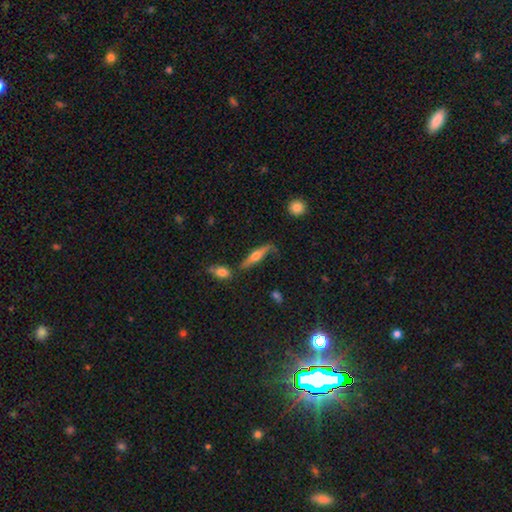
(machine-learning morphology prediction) type=featured or disk (58%); edge-on=yes (83%); merging=none (56%).